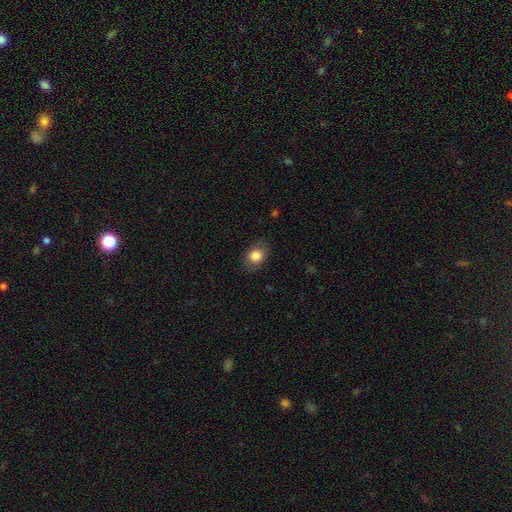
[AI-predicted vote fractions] smooth 82%, featured or disk 10%, star or artifact 8%. Down the decision tree: how rounded — in between (63%); merging — none (80%).